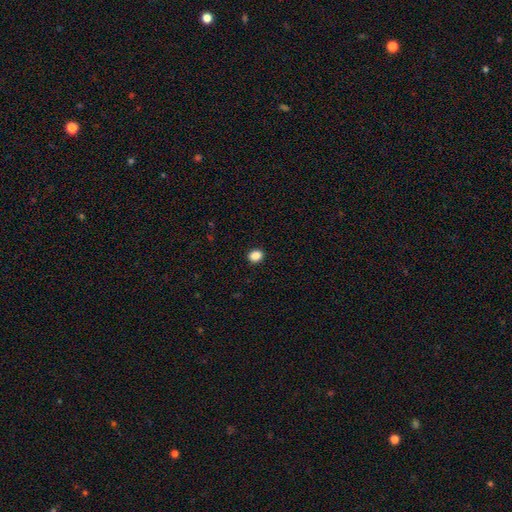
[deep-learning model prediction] This appears to be a smooth galaxy with no disk features (87%) that is round (63%). Merging: none (92%).